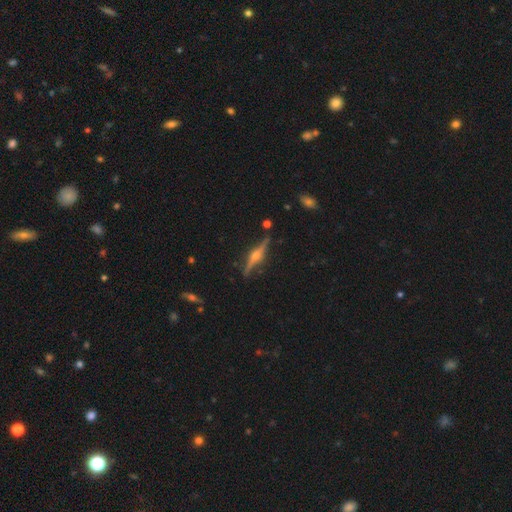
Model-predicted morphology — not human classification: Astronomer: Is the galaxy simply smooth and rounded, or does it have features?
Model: featured or disk — 84%.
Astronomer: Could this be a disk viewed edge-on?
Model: yes — 98%.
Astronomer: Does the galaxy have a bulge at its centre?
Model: rounded — 94%.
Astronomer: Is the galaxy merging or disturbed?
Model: none — 86%.